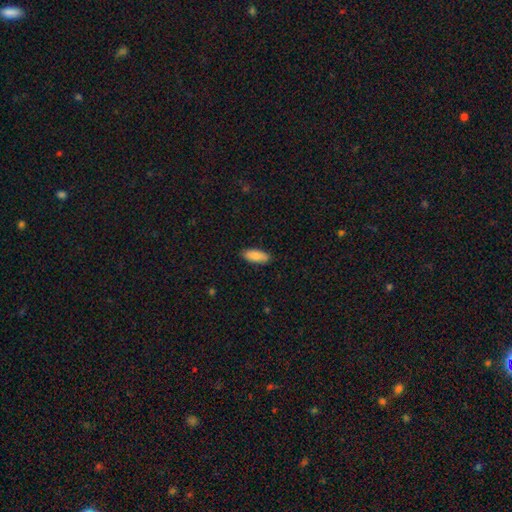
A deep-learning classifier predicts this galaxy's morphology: Smooth or featured? smooth (89%)
How rounded? in between (78%)
Merging? none (88%)